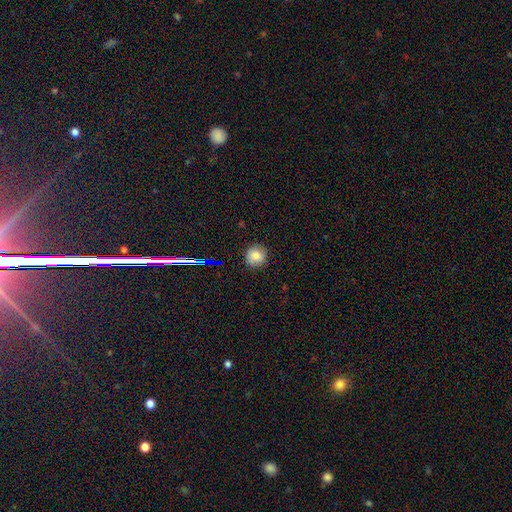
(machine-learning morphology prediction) The model was most divided on "smooth or featured": smooth: 78%, star or artifact: 13%, featured or disk: 9%. More confident: how rounded — round (92%); merging — none (88%).